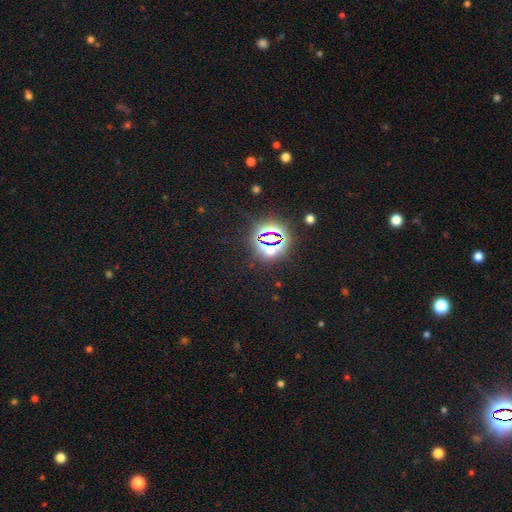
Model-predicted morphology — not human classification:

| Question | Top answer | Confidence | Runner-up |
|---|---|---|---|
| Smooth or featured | star or artifact | 82% | smooth (12%) |